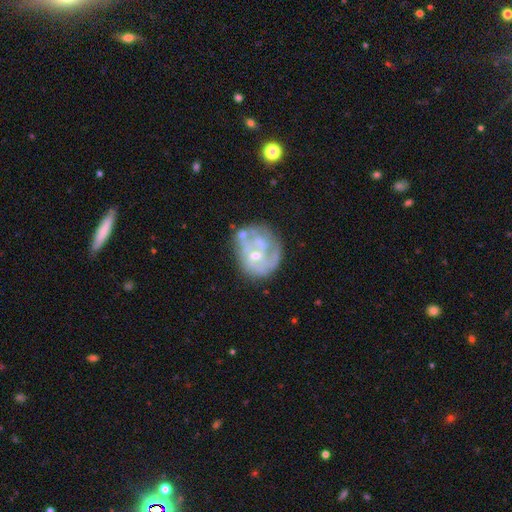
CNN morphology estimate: This appears to be a featured or disk galaxy (71%) with no bar (70%), spiral arms (55%) and a small central bulge (51%). Merging: none (51%).